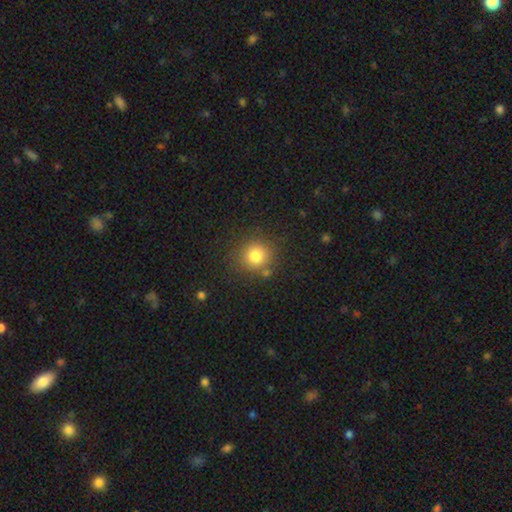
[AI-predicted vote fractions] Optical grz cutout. It shows a smooth galaxy with no disk features (79%) that is round (91%). Merging: none (83%).